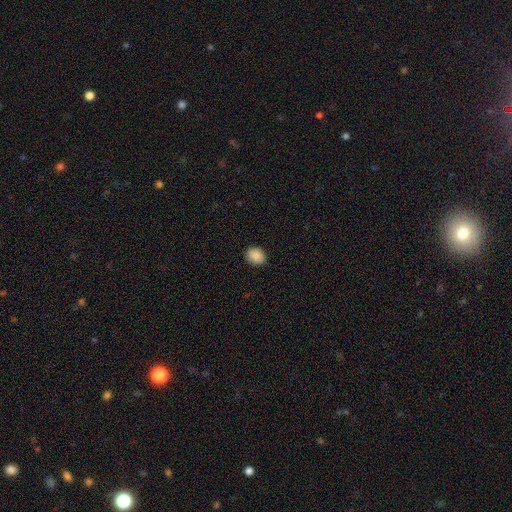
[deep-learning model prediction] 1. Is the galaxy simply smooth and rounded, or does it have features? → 89% smooth, 8% star or artifact, 3% featured or disk.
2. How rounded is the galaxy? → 60% round, 39% in between, 1% cigar-shaped.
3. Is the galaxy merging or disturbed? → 88% none, 9% minor disturbance, 2% major disturbance, 1% merger.